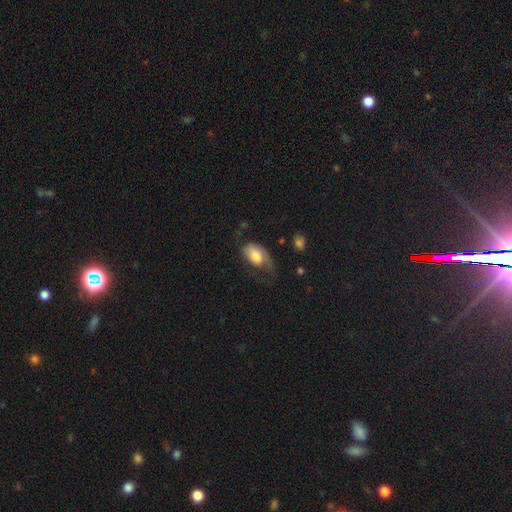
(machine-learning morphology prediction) Overall: smooth (68%). How rounded: in between (92%). Merging: major disturbance (39%; none 30%).